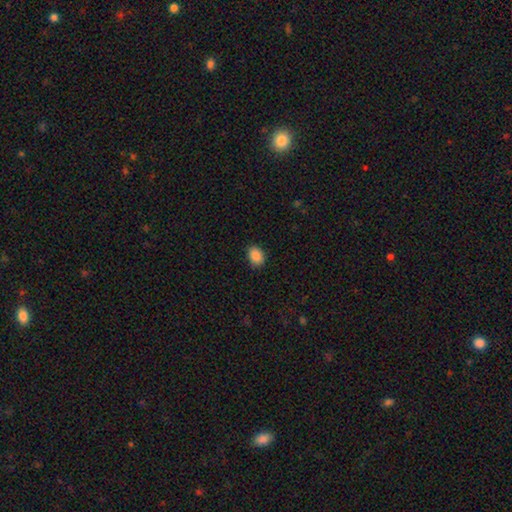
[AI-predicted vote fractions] This is clearly a smooth galaxy (88%). How rounded: likely in between (71%). Merging: clearly none (88%).